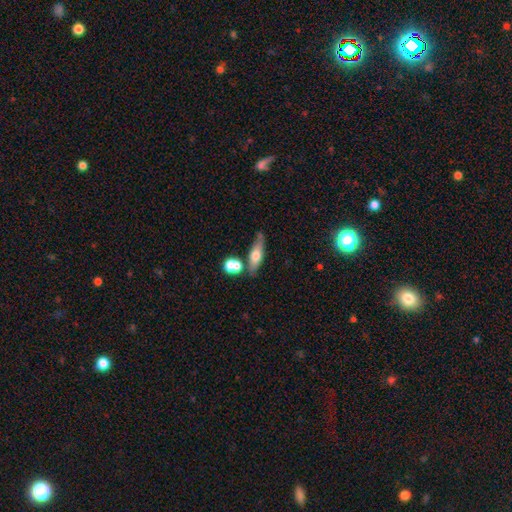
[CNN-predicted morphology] A smooth galaxy with no disk features (55%) that is in between round and cigar-shaped (49%).

Vote fractions:
- Smooth or featured? smooth: 55% / featured or disk: 37% / star or artifact: 8%
- How rounded? in between: 49% / cigar-shaped: 45% / round: 6%
- Merging? none: 60% / merger: 19% / minor disturbance: 15% / major disturbance: 5%